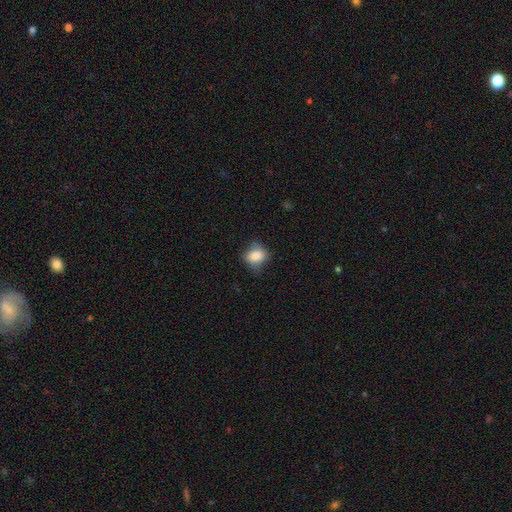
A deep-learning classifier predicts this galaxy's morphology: Smooth or featured? Predicted: smooth (p=0.82). How rounded? Predicted: round (p=0.59). Merging? Predicted: none (p=0.66).